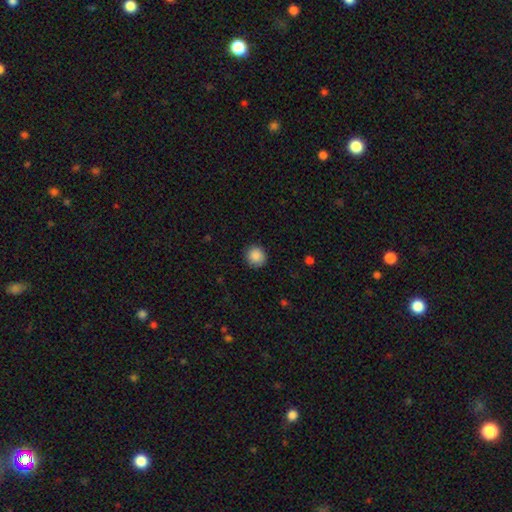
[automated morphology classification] This is clearly a smooth galaxy (88%). How rounded: clearly round (92%). Merging: clearly none (89%).